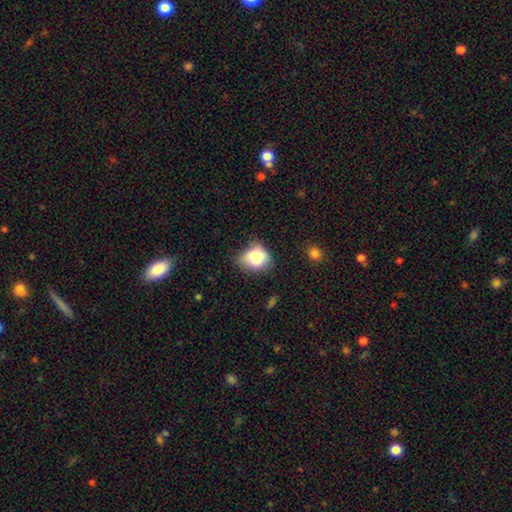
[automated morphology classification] Smooth or featured: smooth — 79% (featured or disk — 12%)
How rounded: in between — 54% (round — 45%)
Merging: none — 41% (minor disturbance — 37%)